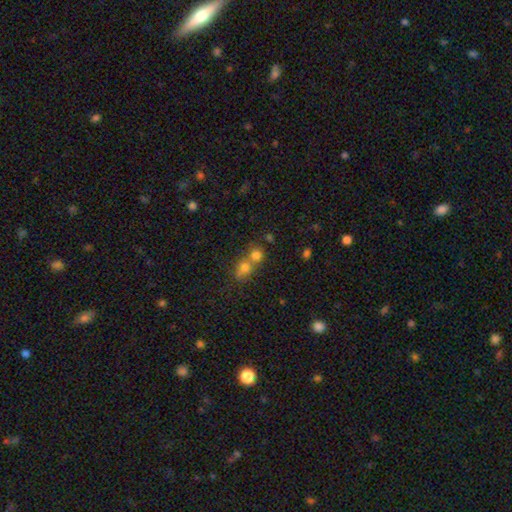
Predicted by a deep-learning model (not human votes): Overall: smooth (75%). How rounded: round (80%). Merging: merger (49%; none 42%).